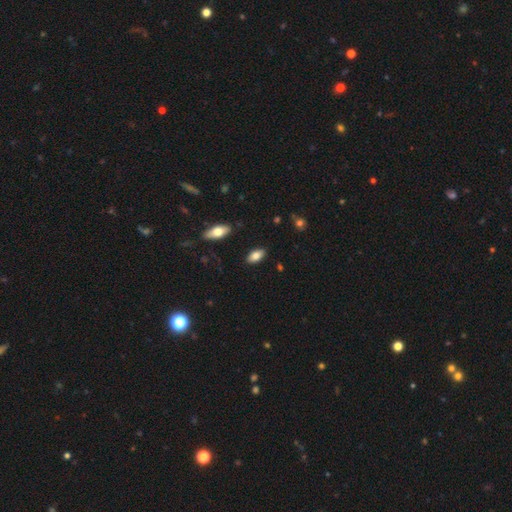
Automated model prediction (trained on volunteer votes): Overall: smooth (81%). How rounded: in between (91%). Merging: none (88%).